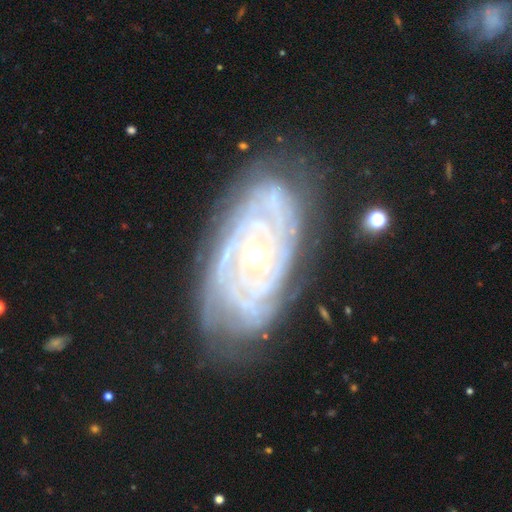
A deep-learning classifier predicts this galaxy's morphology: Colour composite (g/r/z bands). It shows a featured or disk galaxy (89%) with no bar (71%), tight (83%) spiral arms (97%) and a moderate central bulge (50%). Merging: none (76%).